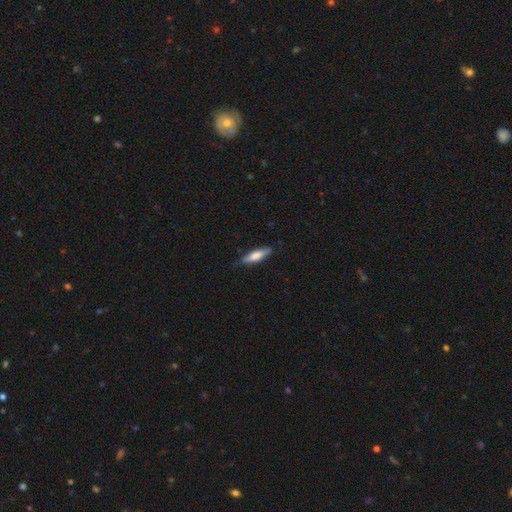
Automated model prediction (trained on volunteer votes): The model was most divided on "how rounded": cigar-shaped: 66%, in between: 32%, round: 2%. More confident: merging — none (80%); smooth or featured — smooth (67%).